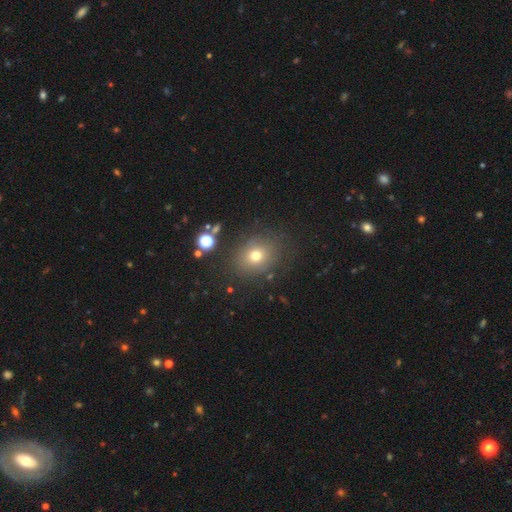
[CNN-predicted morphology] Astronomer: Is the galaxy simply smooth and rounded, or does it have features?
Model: smooth — 69%.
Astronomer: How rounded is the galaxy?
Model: round — 58% (runner-up: in between, 41%).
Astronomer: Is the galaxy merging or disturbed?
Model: none — 77%.